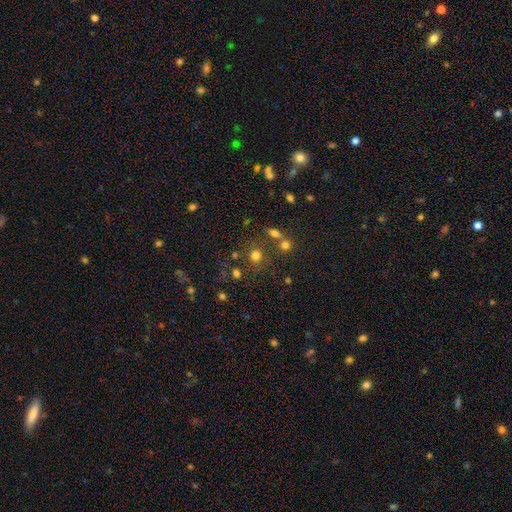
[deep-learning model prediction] Smooth or featured? Predicted: smooth (p=0.72). How rounded? Predicted: round (p=0.81). Merging? Predicted: none (p=0.70).